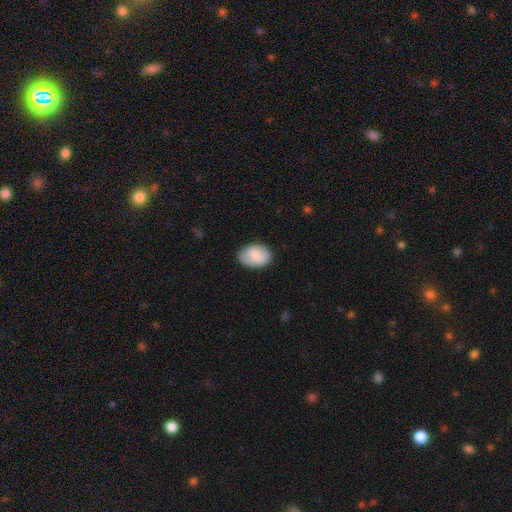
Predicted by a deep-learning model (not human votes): Smooth or featured: smooth — 86% (featured or disk — 8%)
How rounded: in between — 83% (round — 16%)
Merging: none — 77% (minor disturbance — 18%)